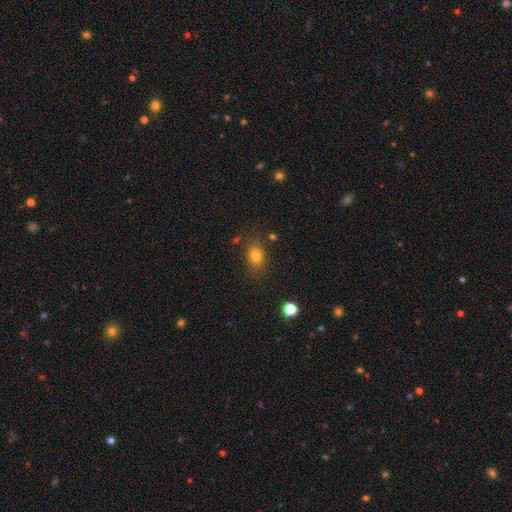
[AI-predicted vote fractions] smooth 79%, star or artifact 12%, featured or disk 9%. Down the decision tree: how rounded — in between (68%); merging — none (80%).